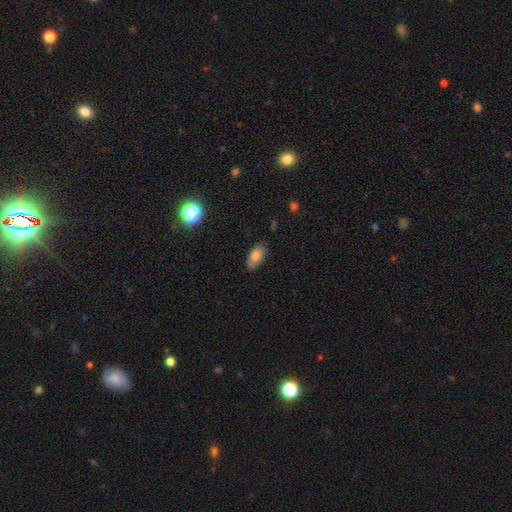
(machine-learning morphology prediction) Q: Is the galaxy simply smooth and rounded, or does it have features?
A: smooth — 78%.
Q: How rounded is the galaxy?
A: in between — 92%.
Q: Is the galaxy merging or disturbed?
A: none — 84%.